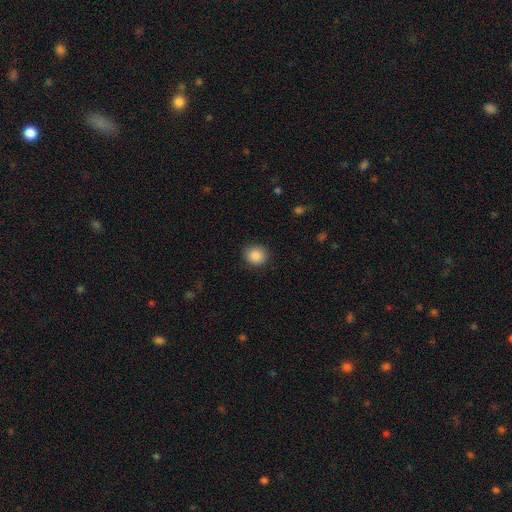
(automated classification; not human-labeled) Smooth or featured?
  - smooth: 87% *
  - star or artifact: 9%
  - featured or disk: 4%
How rounded?
  - round: 83% *
  - in between: 16%
  - cigar-shaped: 1%
Merging?
  - none: 88% *
  - minor disturbance: 9%
  - major disturbance: 2%
  - merger: 1%